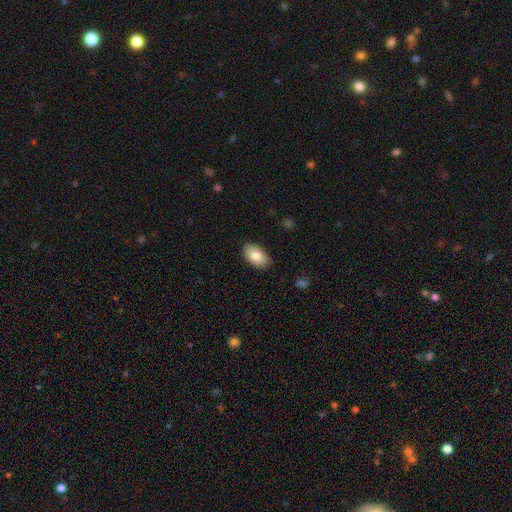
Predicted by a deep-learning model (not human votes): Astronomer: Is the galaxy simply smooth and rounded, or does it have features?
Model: smooth — 83%.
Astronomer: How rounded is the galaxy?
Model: in between — 94%.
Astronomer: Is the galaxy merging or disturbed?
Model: none — 87%.